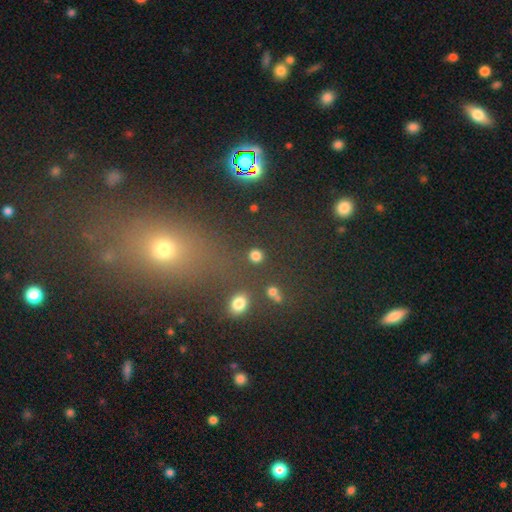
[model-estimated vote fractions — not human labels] The model was most divided on "smooth or featured": smooth: 81%, star or artifact: 14%, featured or disk: 4%. More confident: how rounded — round (87%); merging — none (86%).